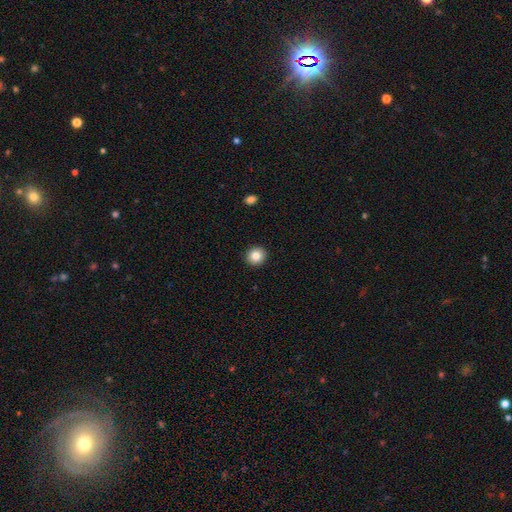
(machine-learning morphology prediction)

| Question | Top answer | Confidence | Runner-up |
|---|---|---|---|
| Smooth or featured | smooth | 84% | star or artifact (9%) |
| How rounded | round | 88% | in between (11%) |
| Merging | none | 93% | minor disturbance (5%) |